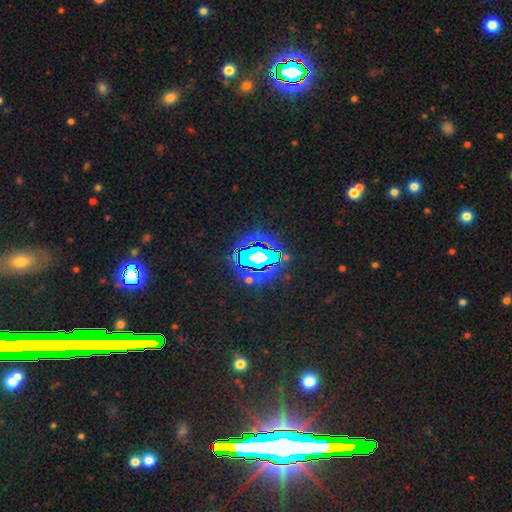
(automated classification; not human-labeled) This appears to be a star or artifact, not a galaxy (73%).